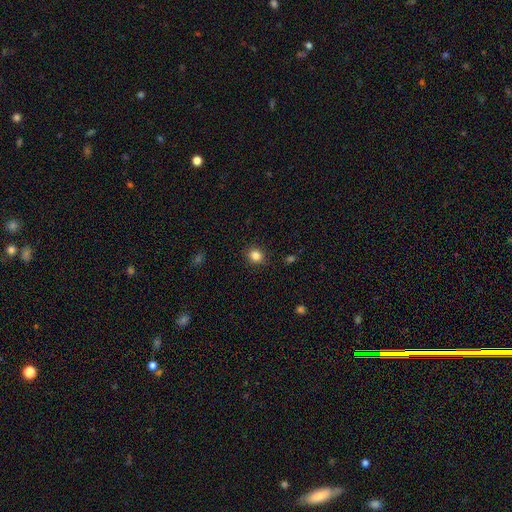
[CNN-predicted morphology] The model was most divided on "how rounded": round: 76%, in between: 23%, cigar-shaped: 1%. More confident: merging — none (89%); smooth or featured — smooth (84%).